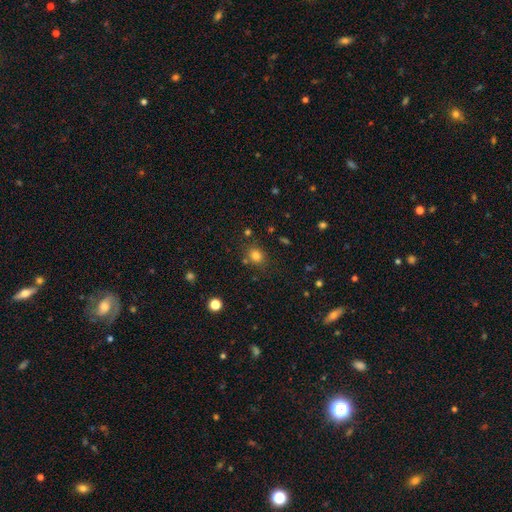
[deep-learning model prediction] A smooth galaxy with no disk features (79%) that is round (68%).

Vote fractions:
- Smooth or featured? smooth: 79% / star or artifact: 15% / featured or disk: 6%
- How rounded? round: 68% / in between: 31% / cigar-shaped: 1%
- Merging? none: 76% / minor disturbance: 12% / merger: 7% / major disturbance: 4%